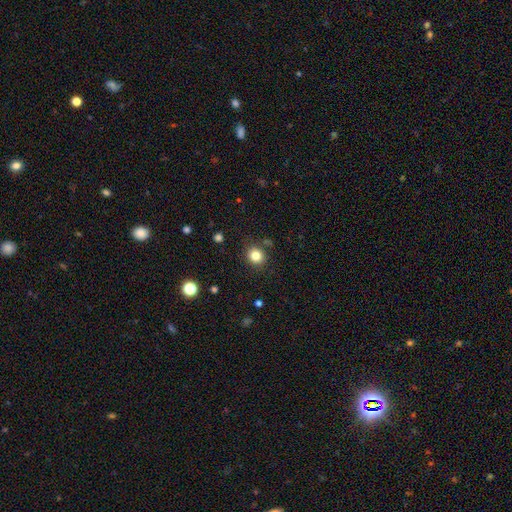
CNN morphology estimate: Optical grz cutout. It shows a smooth galaxy with no disk features (82%) that is round (82%). Merging: none (86%).